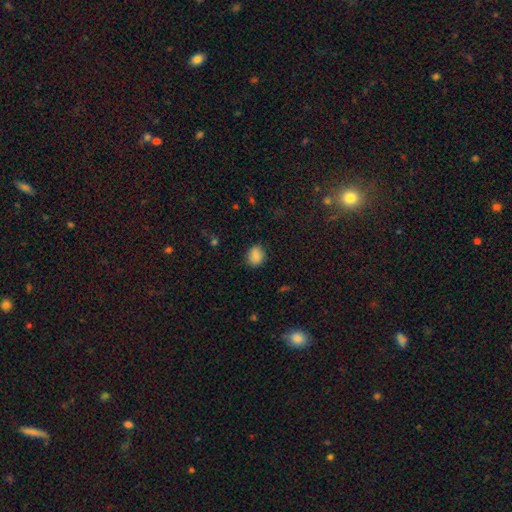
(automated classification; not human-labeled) Smooth or featured?
  - smooth: 85% *
  - star or artifact: 9%
  - featured or disk: 6%
How rounded?
  - round: 61% *
  - in between: 38%
  - cigar-shaped: 1%
Merging?
  - none: 85% *
  - minor disturbance: 12%
  - major disturbance: 3%
  - merger: 1%